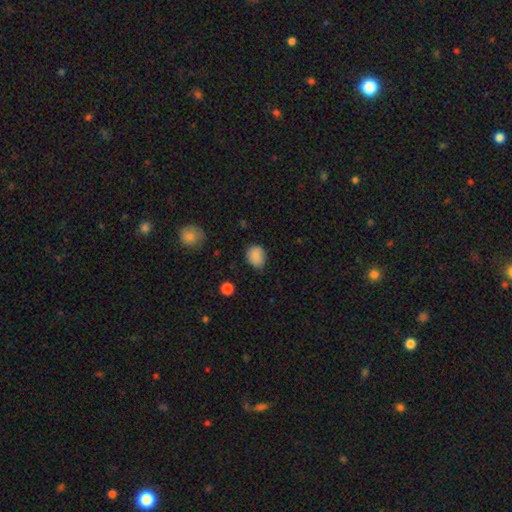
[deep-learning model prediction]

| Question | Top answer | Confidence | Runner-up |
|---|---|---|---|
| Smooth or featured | smooth | 85% | star or artifact (9%) |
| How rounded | round | 53% | in between (46%) |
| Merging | none | 71% | minor disturbance (23%) |